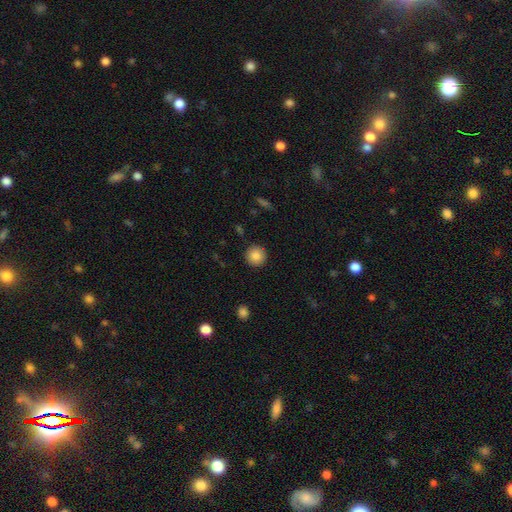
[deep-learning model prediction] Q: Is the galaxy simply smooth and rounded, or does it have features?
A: smooth — 87%.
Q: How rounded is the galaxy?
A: round — 95%.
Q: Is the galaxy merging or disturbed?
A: none — 91%.